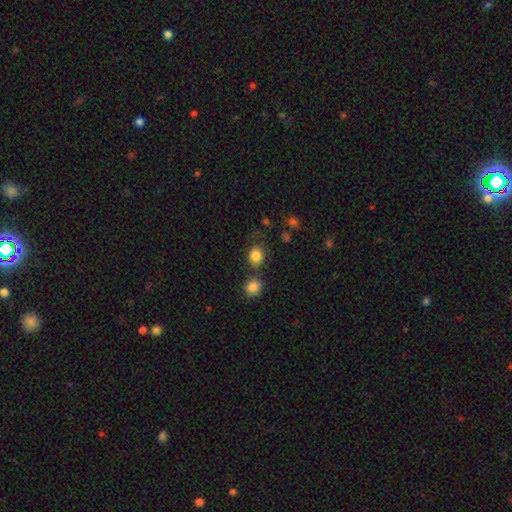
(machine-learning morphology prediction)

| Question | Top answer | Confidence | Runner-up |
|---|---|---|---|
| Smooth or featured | smooth | 85% | star or artifact (10%) |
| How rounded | round | 59% | in between (40%) |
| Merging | none | 68% | merger (14%) |